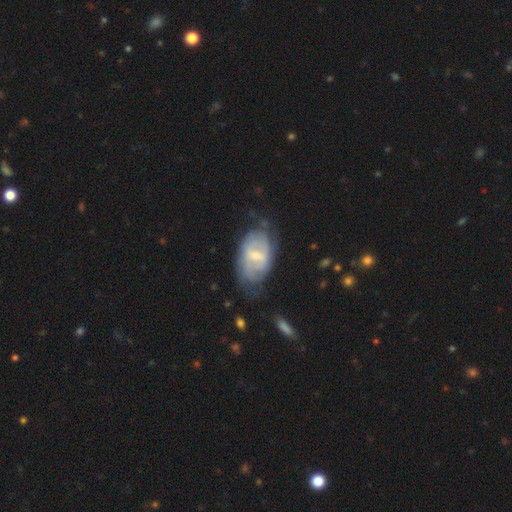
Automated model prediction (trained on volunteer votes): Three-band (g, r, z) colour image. It shows a featured or disk galaxy (63%) with a weak bar (58%), spiral arms (74%) and a moderate central bulge (42%, tied with small). Merging: none (56%).